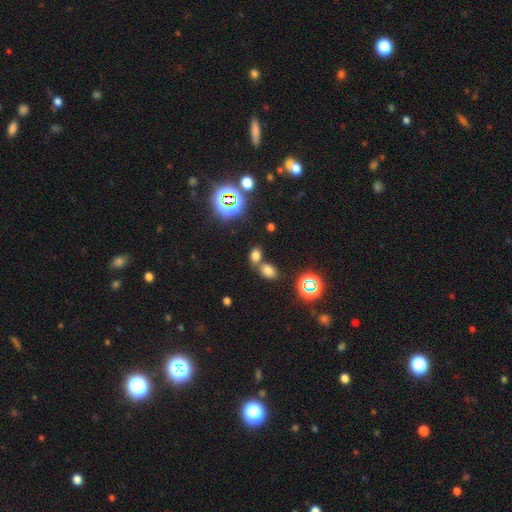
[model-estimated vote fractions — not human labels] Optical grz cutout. It shows a smooth galaxy with no disk features (63%) that is in between round and cigar-shaped (73%). Merging: none (49%).